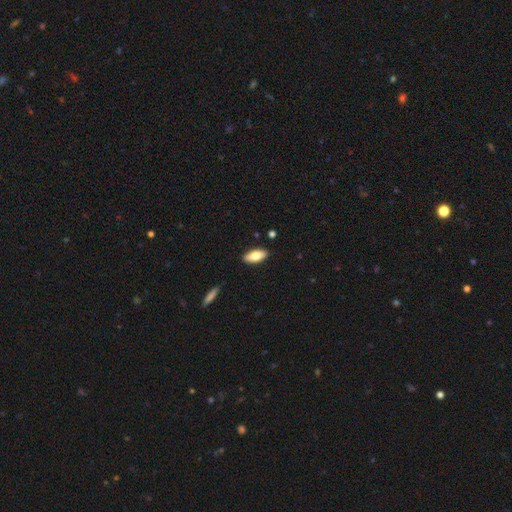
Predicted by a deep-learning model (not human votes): Smooth or featured?
  - smooth: 77% *
  - featured or disk: 17%
  - star or artifact: 6%
How rounded?
  - in between: 81% *
  - cigar-shaped: 17%
  - round: 2%
Merging?
  - none: 88% *
  - minor disturbance: 9%
  - major disturbance: 2%
  - merger: 1%